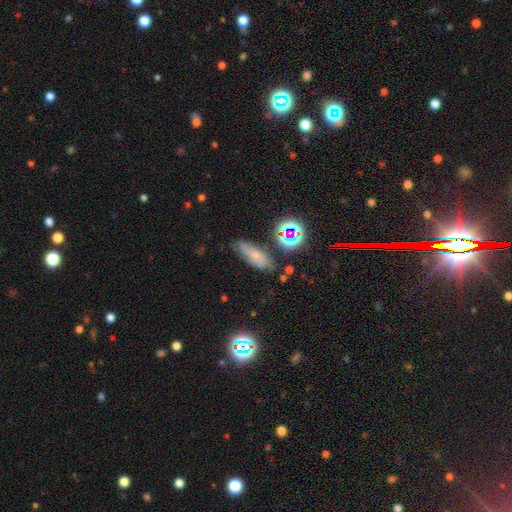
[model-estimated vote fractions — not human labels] Smooth or featured? smooth (52%)
How rounded? in between (64%)
Merging? none (66%)